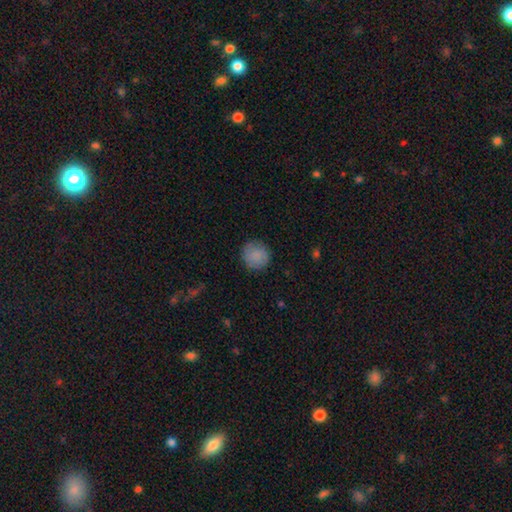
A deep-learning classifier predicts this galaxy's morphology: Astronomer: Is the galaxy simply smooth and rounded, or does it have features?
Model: smooth — 87%.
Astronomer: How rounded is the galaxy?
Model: round — 92%.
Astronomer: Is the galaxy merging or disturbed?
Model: none — 86%.